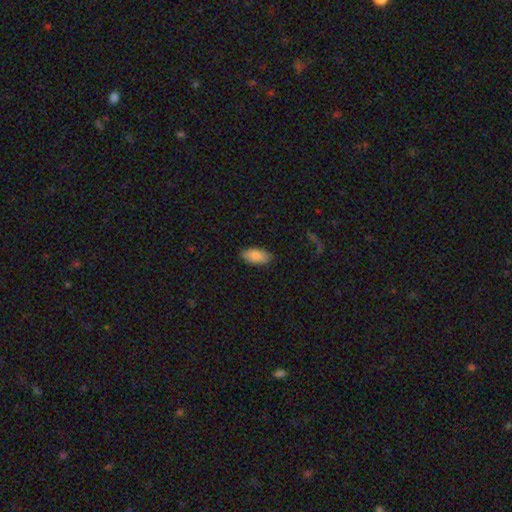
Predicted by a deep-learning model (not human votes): smooth-or-featured: smooth: 82% | featured or disk: 11% | star or artifact: 7%
  how-rounded: in between: 93% | cigar-shaped: 5% | round: 2%
  merging: none: 85% | minor disturbance: 12% | major disturbance: 2% | merger: 1%